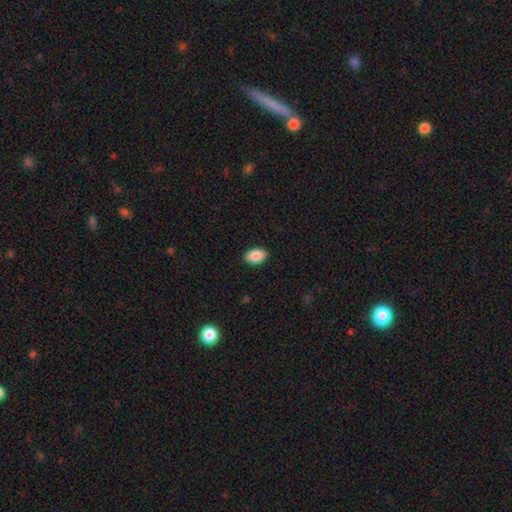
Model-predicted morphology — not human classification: This is clearly a smooth galaxy (90%). How rounded: clearly in between (91%). Merging: clearly none (89%).